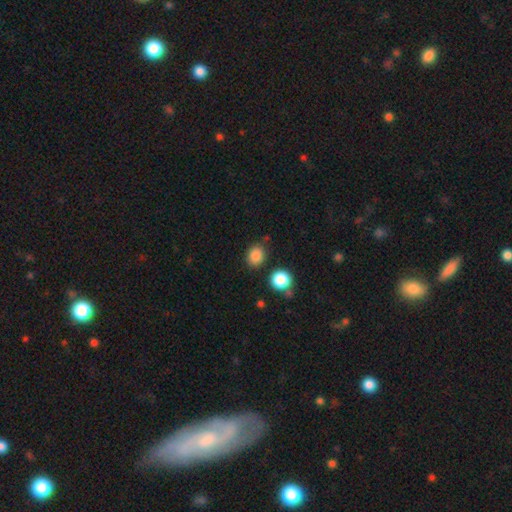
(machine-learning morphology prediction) Smooth or featured? Predicted: smooth (p=0.85). How rounded? Predicted: round (p=0.58). Merging? Predicted: none (p=0.81).